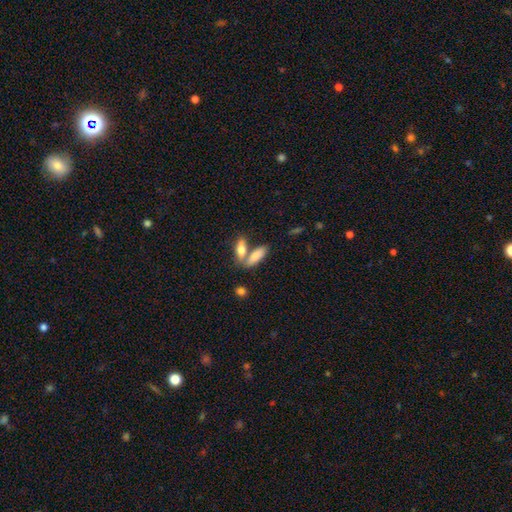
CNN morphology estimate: type=smooth (80%); roundness=in between (67%); merging=none (45%).